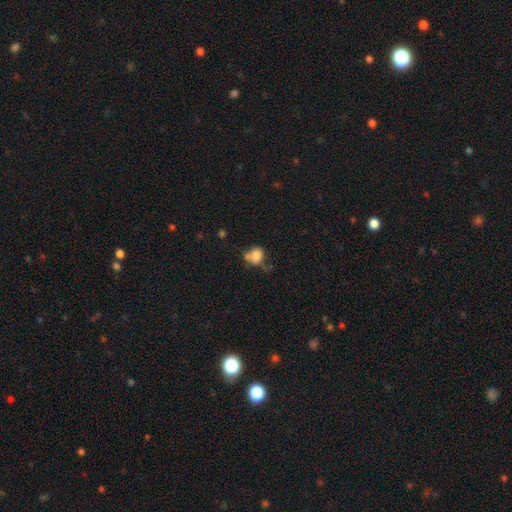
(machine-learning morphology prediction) The model was most divided on "merging": none: 42%, minor disturbance: 25%, merger: 20%, major disturbance: 13%. More confident: smooth or featured — smooth (77%); how rounded — round (62%).